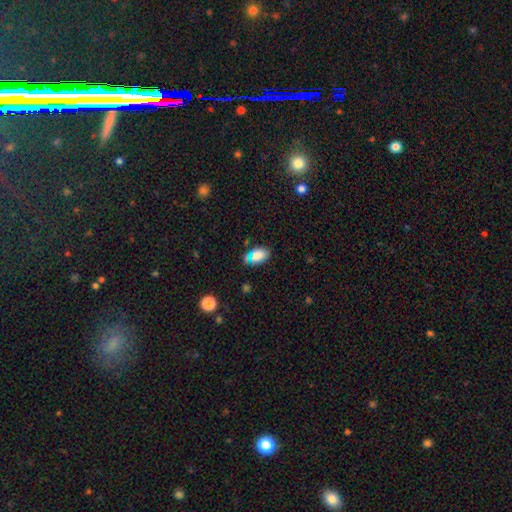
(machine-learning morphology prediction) Smooth or featured? smooth (80%)
How rounded? in between (87%)
Merging? none (68%)